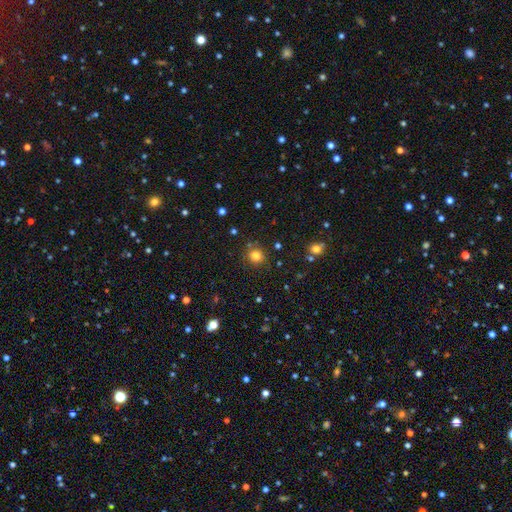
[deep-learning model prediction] Smooth or featured? Predicted: smooth (p=0.80). How rounded? Predicted: round (p=0.91). Merging? Predicted: none (p=0.85).